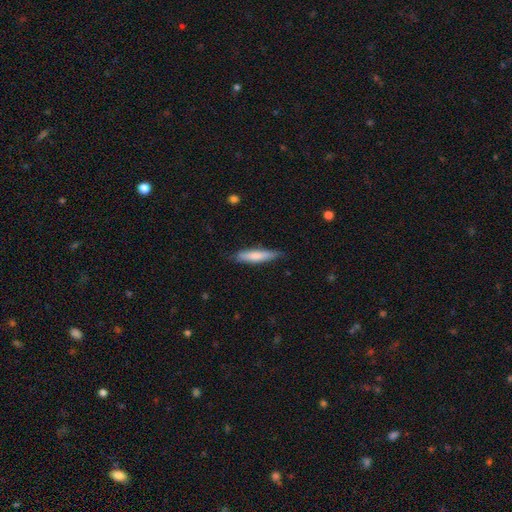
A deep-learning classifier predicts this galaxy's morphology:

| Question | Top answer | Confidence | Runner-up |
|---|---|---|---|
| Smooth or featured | smooth | 73% | featured or disk (22%) |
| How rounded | cigar-shaped | 83% | in between (15%) |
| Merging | none | 76% | minor disturbance (20%) |